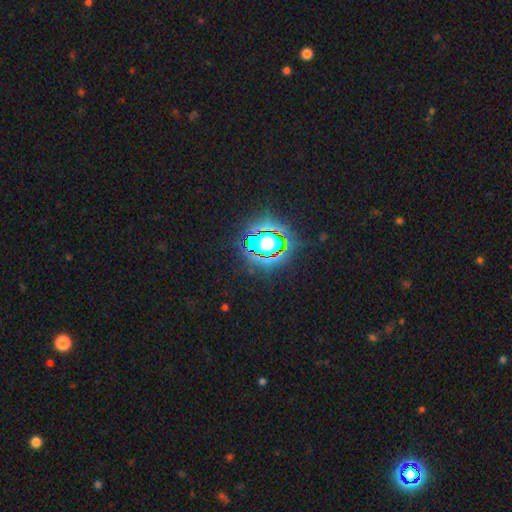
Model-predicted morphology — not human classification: smooth-or-featured: star or artifact: 85% | smooth: 9% | featured or disk: 6%